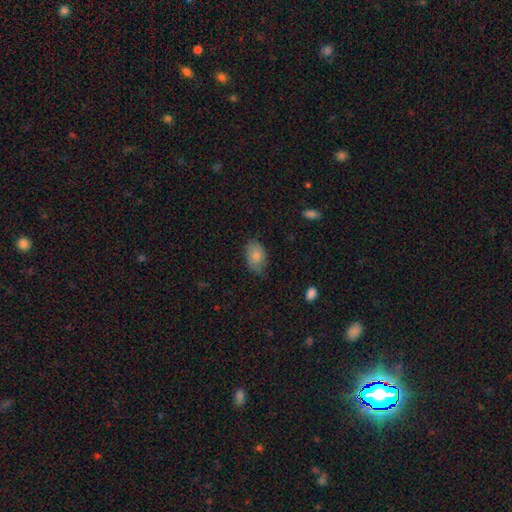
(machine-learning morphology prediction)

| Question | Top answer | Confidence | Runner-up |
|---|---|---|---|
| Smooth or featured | smooth | 81% | featured or disk (12%) |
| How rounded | in between | 88% | round (11%) |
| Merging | none | 71% | minor disturbance (23%) |